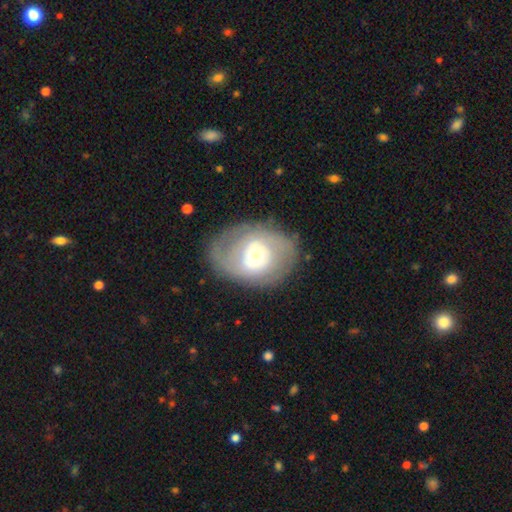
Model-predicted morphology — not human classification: The model was most divided on "spiral arms": yes: 59%, no: 41%. More confident: edge-on disk — no (95%); merging — none (76%); bar — no (63%); smooth or featured — featured or disk (63%); bulge size — moderate (62%).